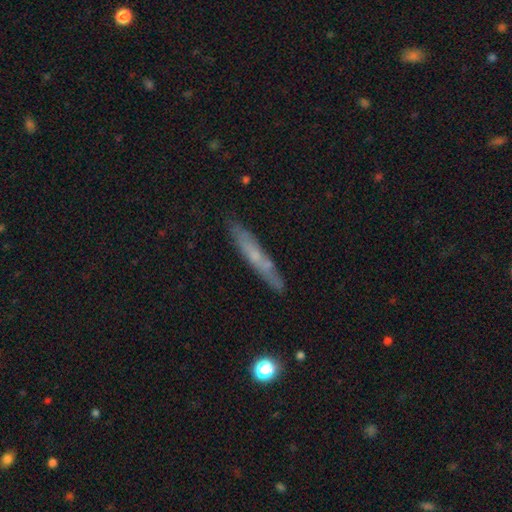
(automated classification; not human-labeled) smooth-or-featured: featured or disk: 49% | smooth: 44% | star or artifact: 7%
  merging: none: 82% | minor disturbance: 13% | merger: 3% | major disturbance: 2%